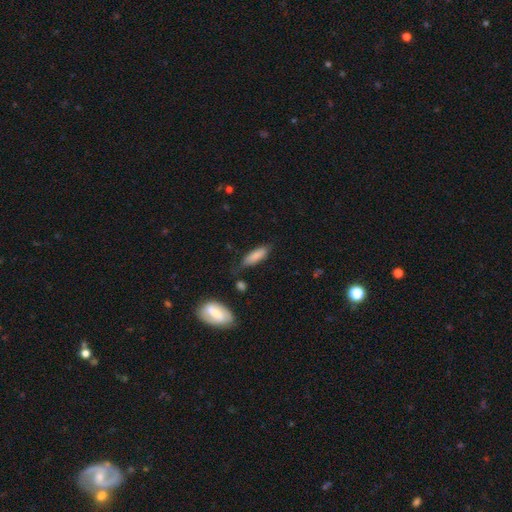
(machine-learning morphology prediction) This appears to be a smooth galaxy with no disk features (81%) that is in between round and cigar-shaped (51%). Merging: none (67%).